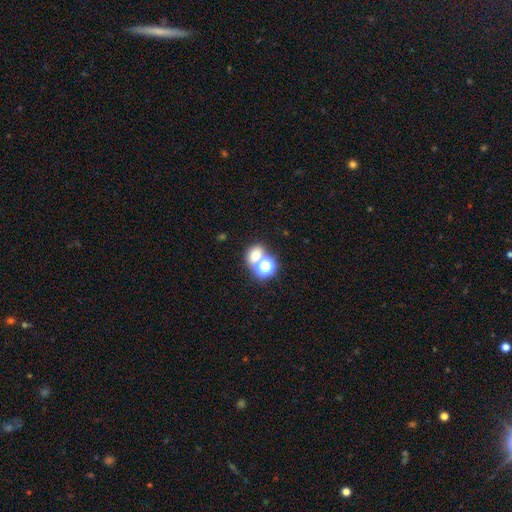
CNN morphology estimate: Smooth or featured? smooth (63%)
How rounded? round (59%)
Merging? none (50%)